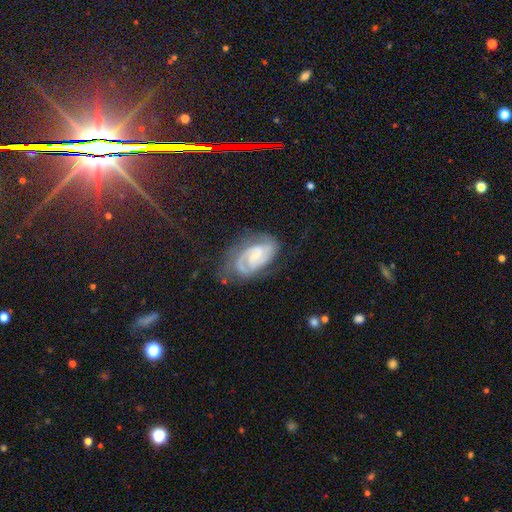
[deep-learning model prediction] Smooth or featured? featured or disk (85%)
Edge-on disk? no (97%)
Bar? weak (44%, tied with no)
Spiral arms? yes (97%)
Spiral winding? tight (54%)
Spiral arm count? 2 (74%)
Bulge size? small (61%)
Merging? none (64%)